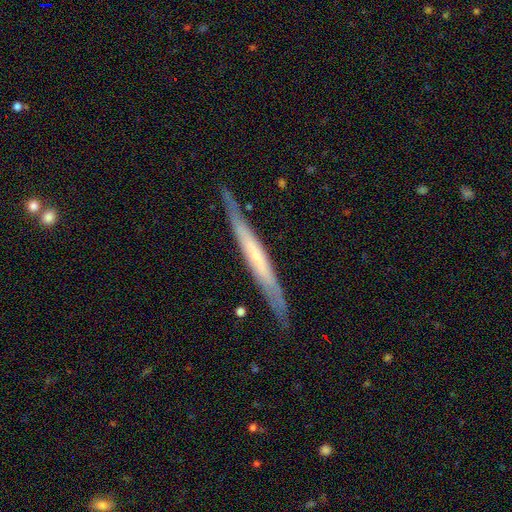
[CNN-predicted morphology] Smooth or featured? featured or disk (64%)
Edge-on disk? yes (91%)
Edge-on bulge? none (66%)
Merging? none (84%)